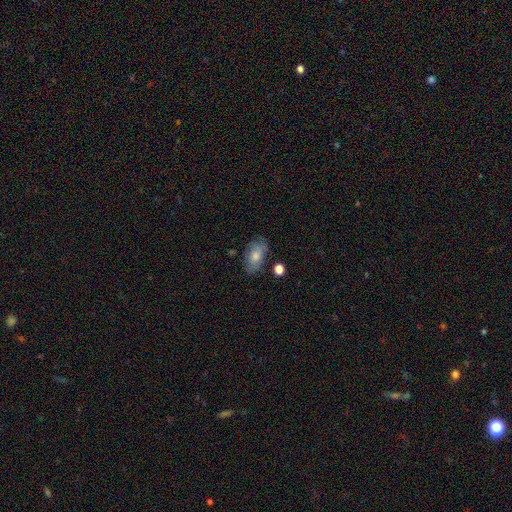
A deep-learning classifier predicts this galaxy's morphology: Smooth or featured?
  - smooth: 72% *
  - featured or disk: 20%
  - star or artifact: 7%
How rounded?
  - in between: 90% *
  - round: 6%
  - cigar-shaped: 3%
Merging?
  - none: 70% *
  - minor disturbance: 20%
  - major disturbance: 6%
  - merger: 4%